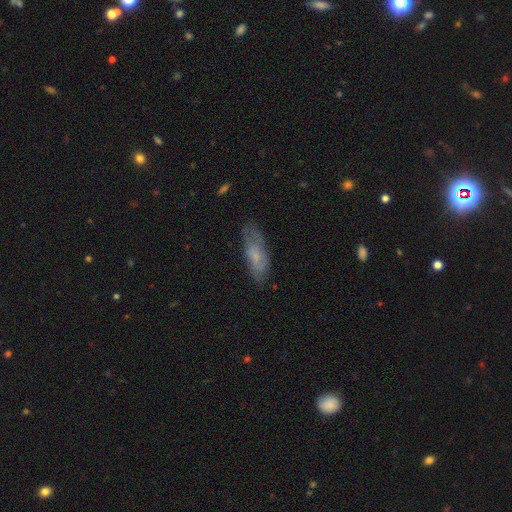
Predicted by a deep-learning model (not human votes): Overall: smooth (53%; featured or disk 39%). How rounded: in between (62%; cigar-shaped 36%). Merging: none (67%).